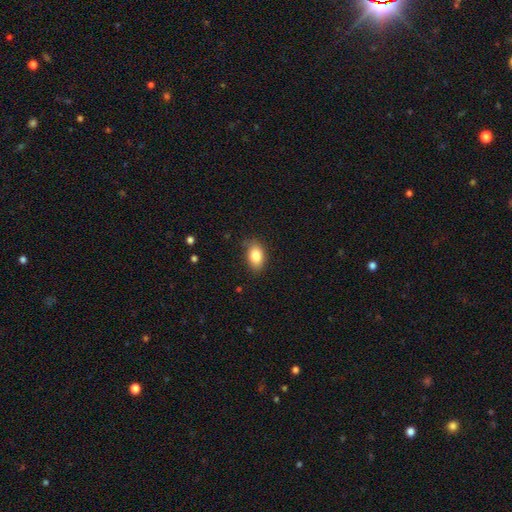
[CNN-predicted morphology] Q: Smooth or featured?
A: smooth (84%); runner-up: star or artifact (8%)
Q: How rounded?
A: in between (87%); runner-up: round (11%)
Q: Merging?
A: none (80%); runner-up: minor disturbance (16%)